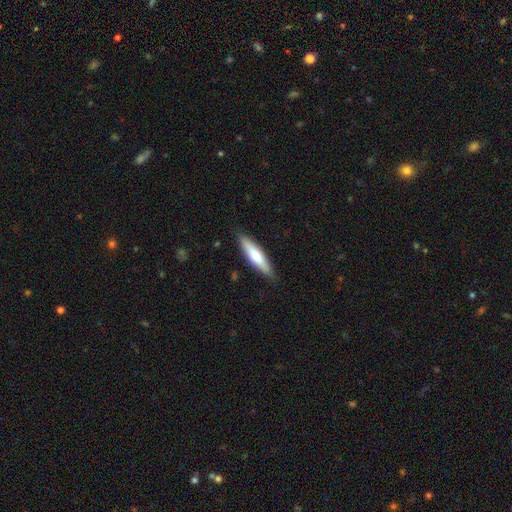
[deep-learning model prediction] smooth-or-featured: smooth: 65% | featured or disk: 30% | star or artifact: 5%
  how-rounded: cigar-shaped: 76% | in between: 22% | round: 1%
  merging: none: 86% | minor disturbance: 11% | major disturbance: 2% | merger: 1%